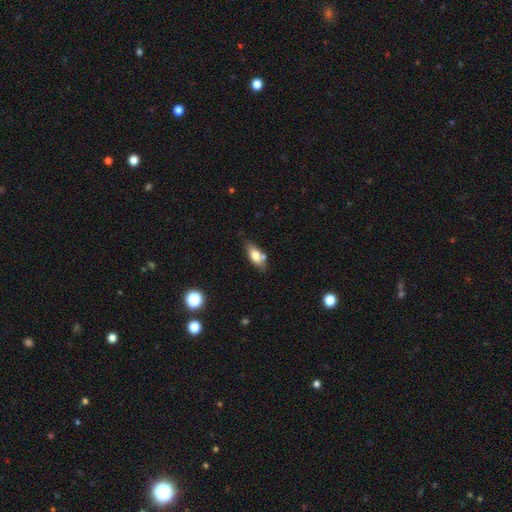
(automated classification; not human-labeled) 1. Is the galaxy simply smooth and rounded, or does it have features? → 71% smooth, 22% featured or disk, 7% star or artifact.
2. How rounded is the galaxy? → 81% in between, 15% cigar-shaped, 4% round.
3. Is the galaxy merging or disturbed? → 67% none, 17% minor disturbance, 12% merger, 4% major disturbance.